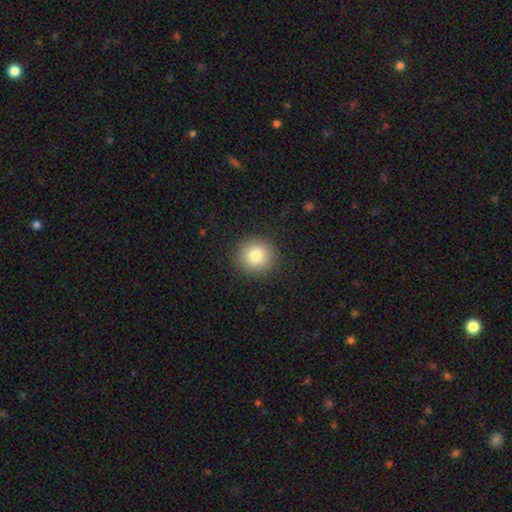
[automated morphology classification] smooth_or_featured: smooth (p=0.81) [alt: star or artifact p=0.11]
how_rounded: round (p=0.94) [alt: in between p=0.05]
merging: none (p=0.91) [alt: minor disturbance p=0.06]